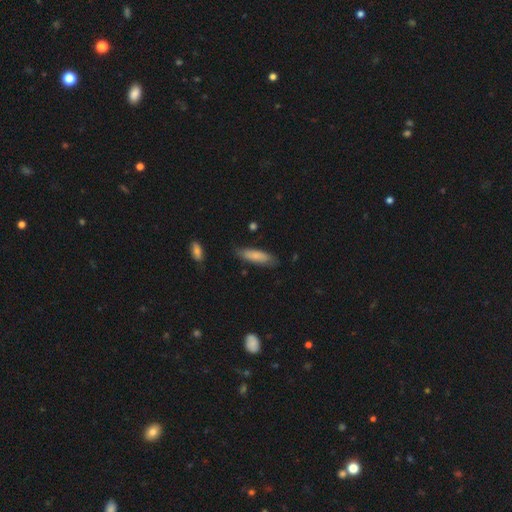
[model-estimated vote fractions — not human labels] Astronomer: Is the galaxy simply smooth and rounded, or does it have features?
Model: smooth — 78%.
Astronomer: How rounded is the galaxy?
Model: cigar-shaped — 58% (runner-up: in between, 40%).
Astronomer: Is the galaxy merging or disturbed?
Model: none — 76%.